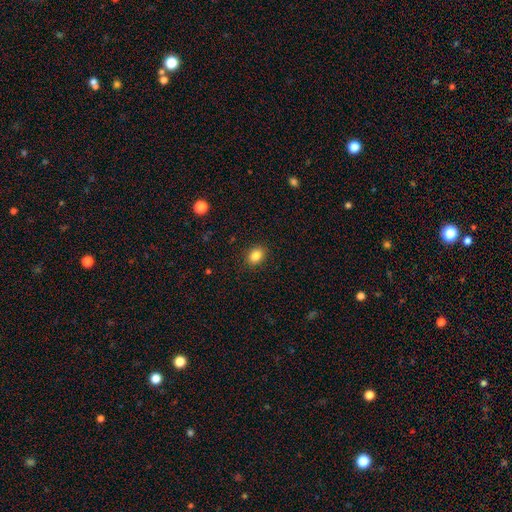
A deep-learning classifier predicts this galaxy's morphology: Overall: smooth (86%). How rounded: in between (67%; round 32%). Merging: none (89%).